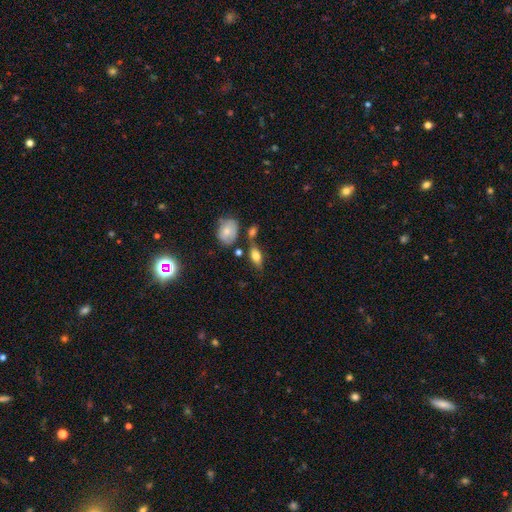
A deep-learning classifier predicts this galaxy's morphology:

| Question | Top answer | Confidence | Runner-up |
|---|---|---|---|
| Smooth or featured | smooth | 68% | featured or disk (24%) |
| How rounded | in between | 78% | cigar-shaped (15%) |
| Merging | none | 60% | minor disturbance (19%) |